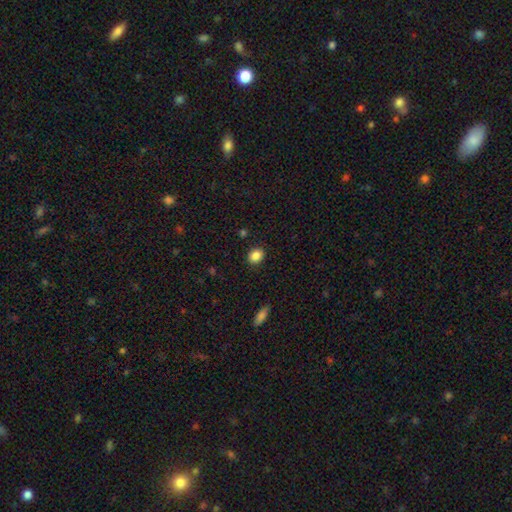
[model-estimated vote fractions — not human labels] Smooth or featured? Predicted: smooth (p=0.86). How rounded? Predicted: round (p=0.50). Merging? Predicted: none (p=0.88).